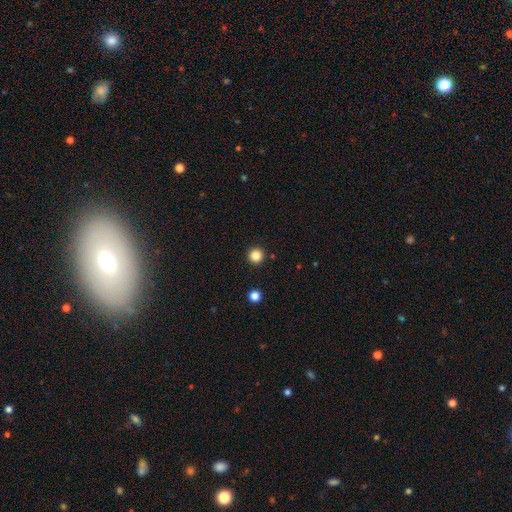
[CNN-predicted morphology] A smooth galaxy with no disk features (85%) that is round (96%).

Vote fractions:
- Smooth or featured? smooth: 85% / star or artifact: 12% / featured or disk: 3%
- How rounded? round: 96% / in between: 3% / cigar-shaped: 1%
- Merging? none: 93% / minor disturbance: 4% / major disturbance: 2% / merger: 1%